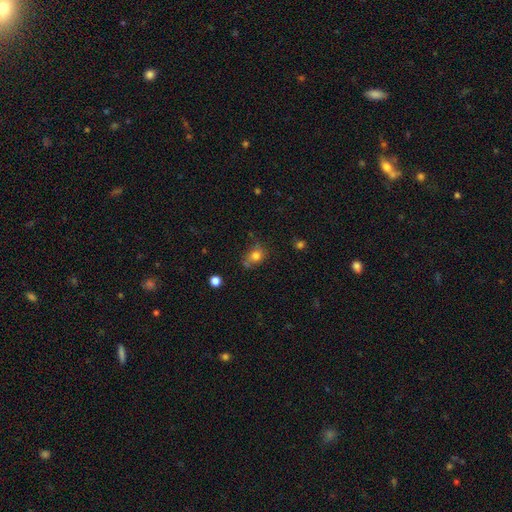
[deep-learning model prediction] This is likely a smooth galaxy (77%). How rounded: possibly round (55%). Merging: possibly none (53%).